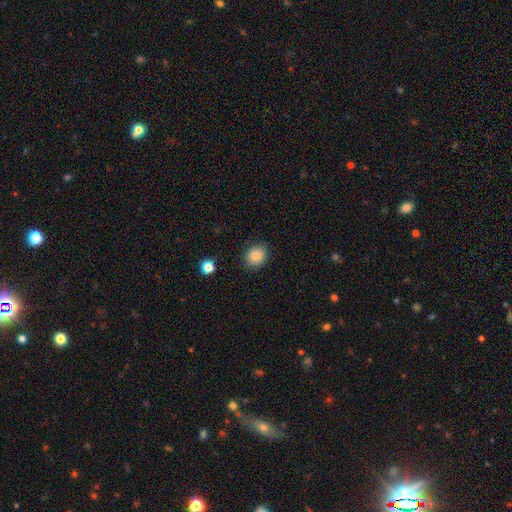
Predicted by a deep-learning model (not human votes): smooth 84%, star or artifact 10%, featured or disk 7%. Down the decision tree: how rounded — round (76%); merging — none (87%).